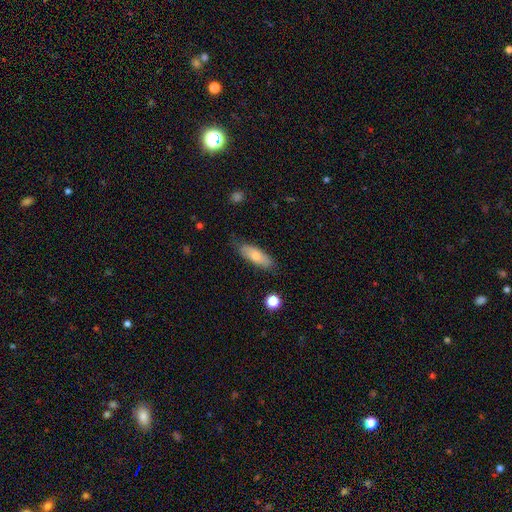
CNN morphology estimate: Overall: smooth (73%). How rounded: in between (63%; cigar-shaped 34%). Merging: none (76%).